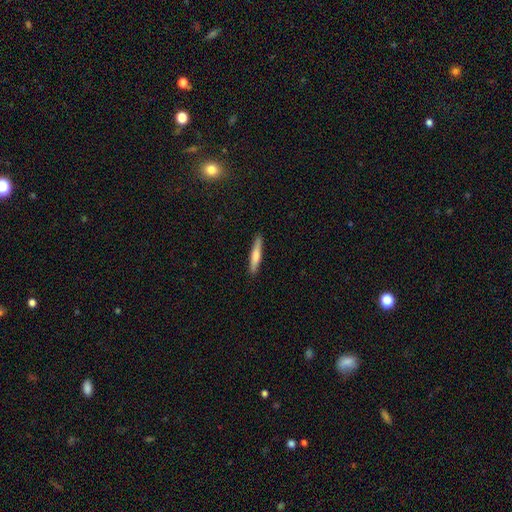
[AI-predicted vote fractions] A smooth galaxy with no disk features (68%) that is cigar-shaped (91%). Merging: none (89%).